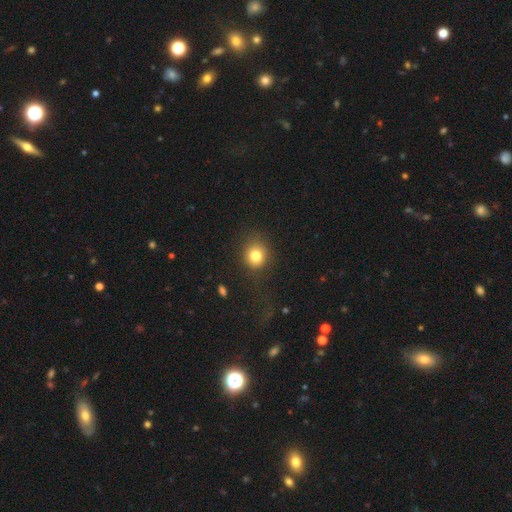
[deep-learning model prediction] The model was most divided on "merging": none: 78%, minor disturbance: 12%, major disturbance: 8%, merger: 2%. More confident: how rounded — round (83%); smooth or featured — smooth (81%).